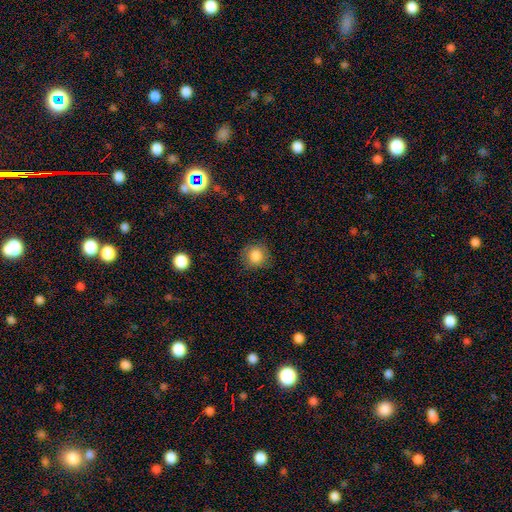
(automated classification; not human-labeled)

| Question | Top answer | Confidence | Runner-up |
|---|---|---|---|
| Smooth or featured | smooth | 84% | star or artifact (10%) |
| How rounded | round | 90% | in between (10%) |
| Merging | none | 85% | minor disturbance (11%) |